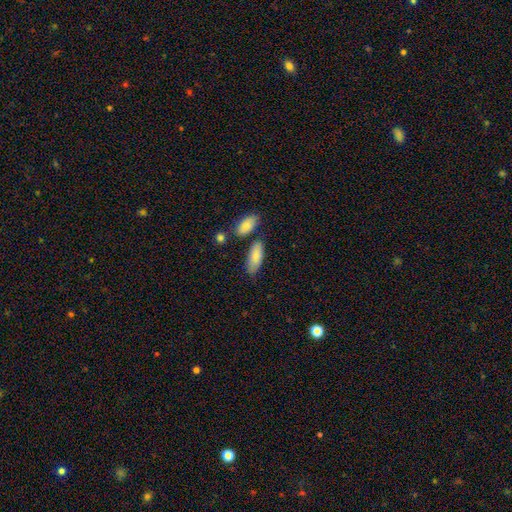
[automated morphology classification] smooth-or-featured: smooth: 82% | featured or disk: 12% | star or artifact: 6%
  how-rounded: in between: 83% | cigar-shaped: 15% | round: 2%
  merging: none: 68% | minor disturbance: 18% | merger: 10% | major disturbance: 4%